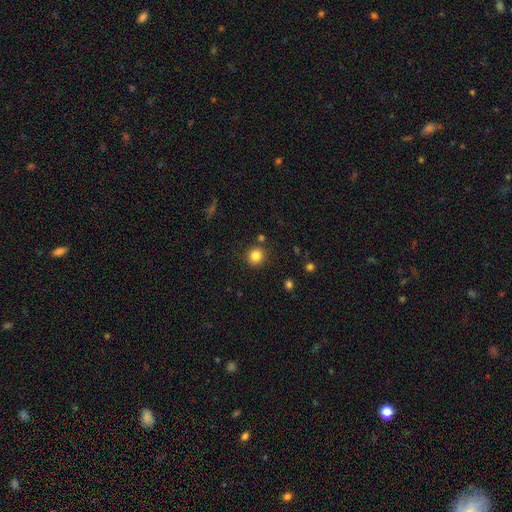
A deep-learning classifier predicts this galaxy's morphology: Overall: smooth (84%). How rounded: round (90%). Merging: none (87%).